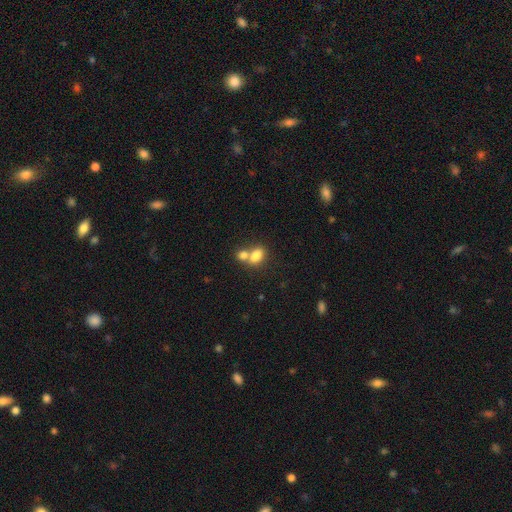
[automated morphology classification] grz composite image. It shows a smooth galaxy with no disk features (80%) that is in between round and cigar-shaped (76%). Merging: merger (56%).